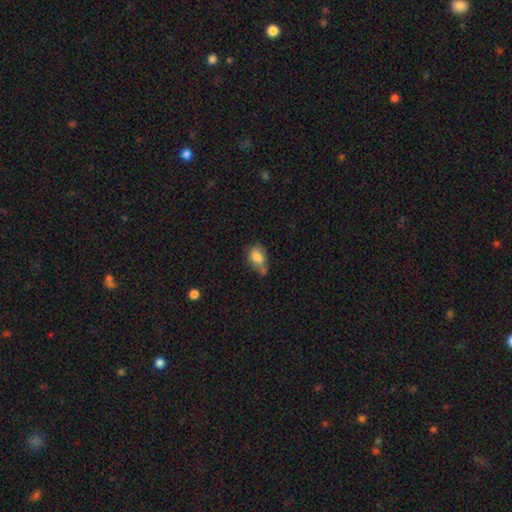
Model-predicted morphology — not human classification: type=smooth (77%); roundness=in between (69%); merging=none (37%).